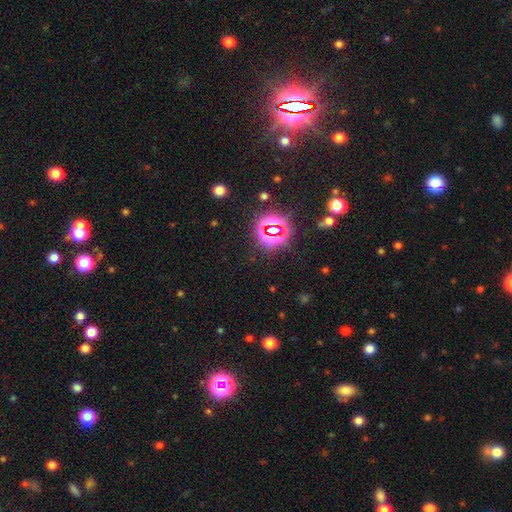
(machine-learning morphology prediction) smooth-or-featured: star or artifact: 81% | smooth: 11% | featured or disk: 8%